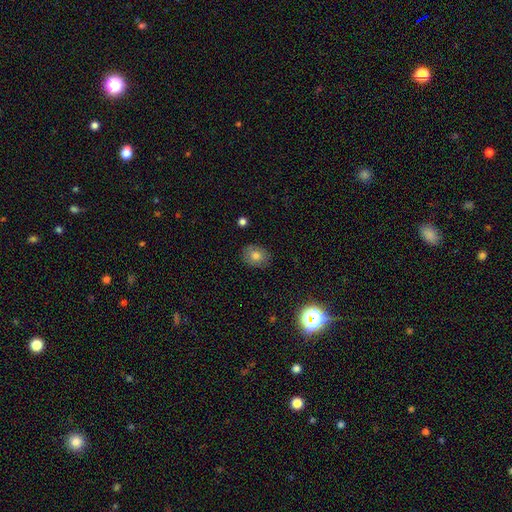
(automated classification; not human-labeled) The model was most divided on "how rounded": round: 50%, in between: 49%, cigar-shaped: 1%. More confident: merging — none (84%); smooth or featured — smooth (75%).